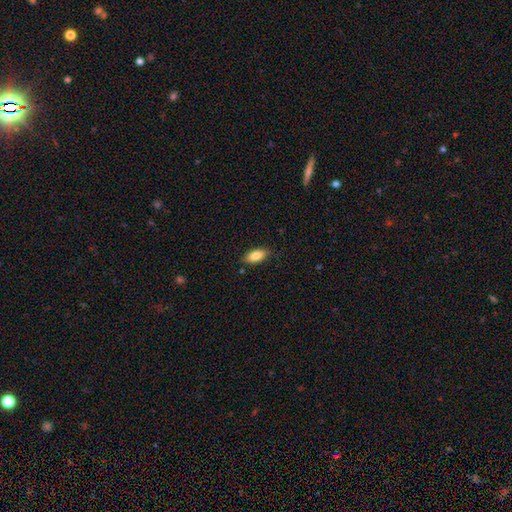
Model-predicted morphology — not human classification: Overall: smooth (84%). How rounded: in between (88%). Merging: none (84%).